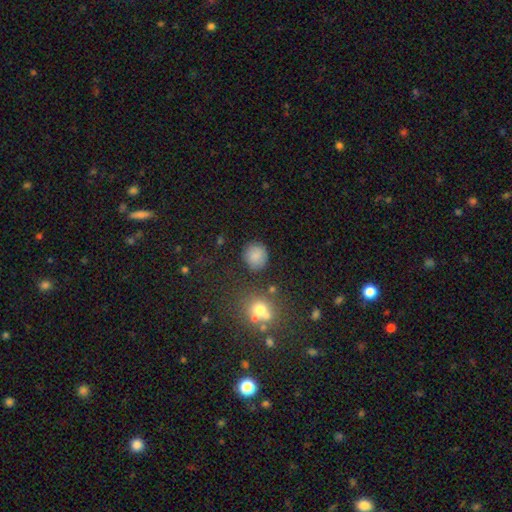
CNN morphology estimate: smooth-or-featured: smooth: 82% | star or artifact: 11% | featured or disk: 8%
  how-rounded: round: 84% | in between: 15% | cigar-shaped: 1%
  merging: none: 83% | minor disturbance: 10% | major disturbance: 4% | merger: 3%